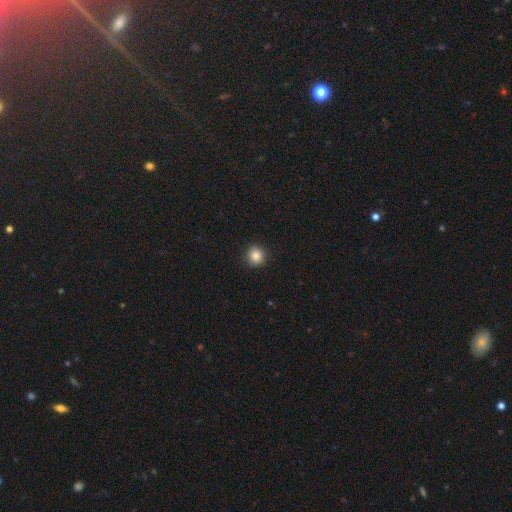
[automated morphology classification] Smooth or featured? Predicted: smooth (p=0.85). How rounded? Predicted: round (p=0.92). Merging? Predicted: none (p=0.92).